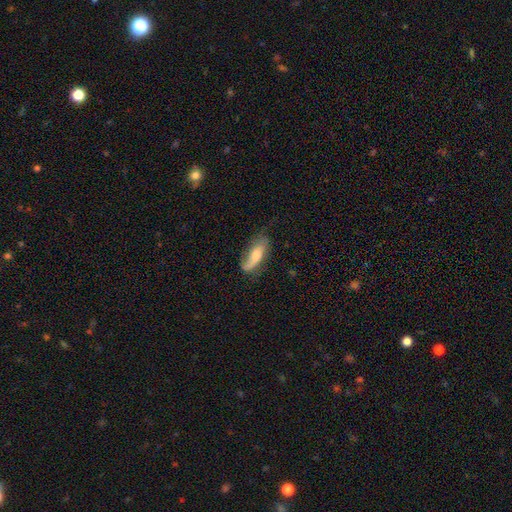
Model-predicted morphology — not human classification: smooth-or-featured: smooth: 57% | featured or disk: 36% | star or artifact: 6%
  how-rounded: in between: 69% | cigar-shaped: 28% | round: 2%
  merging: none: 52% | minor disturbance: 29% | major disturbance: 16% | merger: 3%